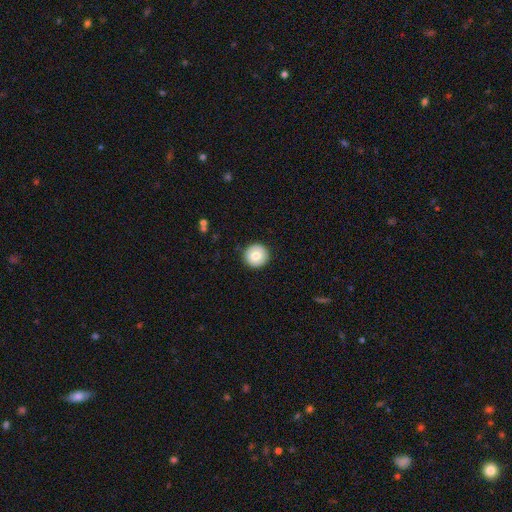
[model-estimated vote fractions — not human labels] The model was most divided on "smooth or featured": smooth: 74%, featured or disk: 18%, star or artifact: 8%. More confident: how rounded — round (96%); merging — none (91%).